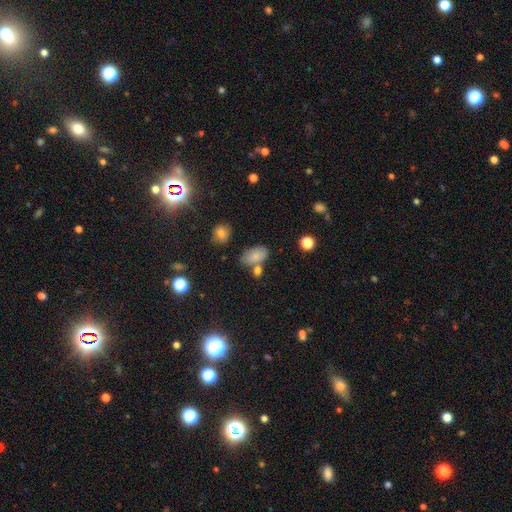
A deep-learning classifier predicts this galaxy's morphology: Overall: smooth (79%). How rounded: in between (91%). Merging: none (59%).